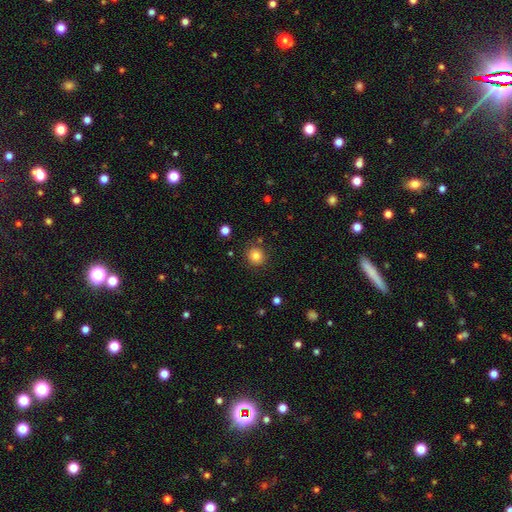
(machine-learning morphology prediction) smooth_or_featured: smooth (p=0.83) [alt: star or artifact p=0.11]
how_rounded: round (p=0.89) [alt: in between p=0.10]
merging: none (p=0.87) [alt: minor disturbance p=0.08]